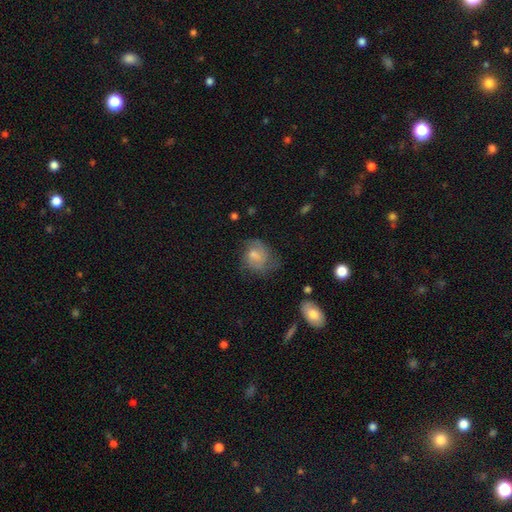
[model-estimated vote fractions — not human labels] The model was most divided on "how rounded": round: 55%, in between: 44%, cigar-shaped: 1%. Remaining: smooth or featured — smooth (56%); merging — none (47%).